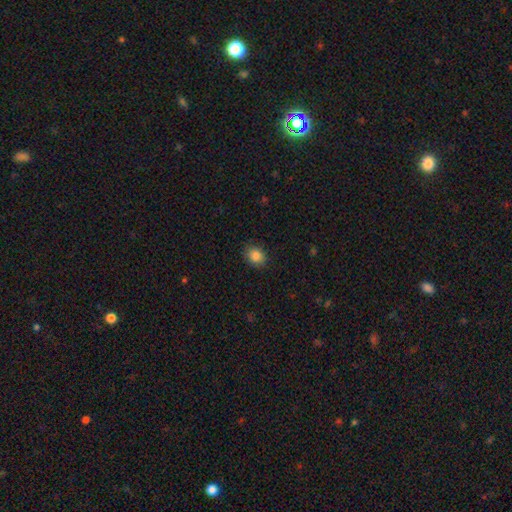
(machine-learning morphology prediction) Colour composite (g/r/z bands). It shows a smooth galaxy with no disk features (86%) that is round (59%). Merging: none (86%).